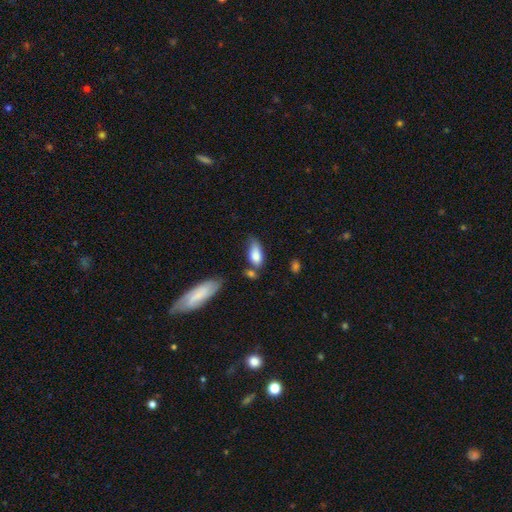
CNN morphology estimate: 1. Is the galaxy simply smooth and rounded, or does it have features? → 82% smooth, 11% featured or disk, 7% star or artifact.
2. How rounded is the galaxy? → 86% in between, 11% cigar-shaped, 3% round.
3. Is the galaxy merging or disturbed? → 41% none, 32% minor disturbance, 15% merger, 11% major disturbance.